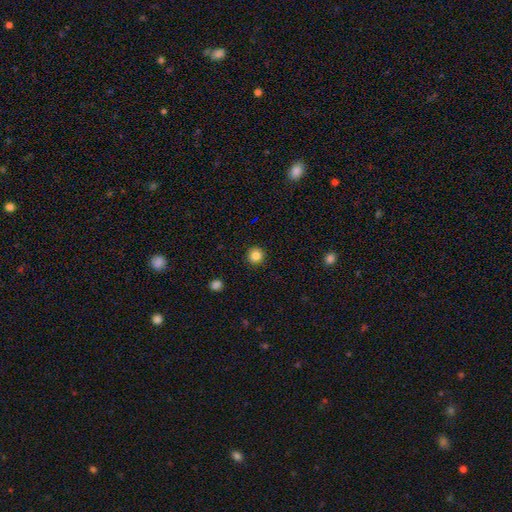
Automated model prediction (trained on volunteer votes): smooth 84%, star or artifact 11%, featured or disk 4%. Down the decision tree: how rounded — round (95%); merging — none (92%).